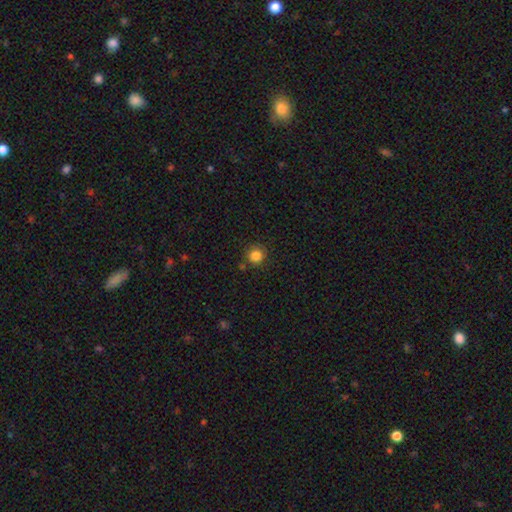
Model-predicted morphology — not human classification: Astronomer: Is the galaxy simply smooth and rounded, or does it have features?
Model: smooth — 84%.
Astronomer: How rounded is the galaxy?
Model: round — 93%.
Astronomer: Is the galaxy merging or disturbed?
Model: none — 83%.